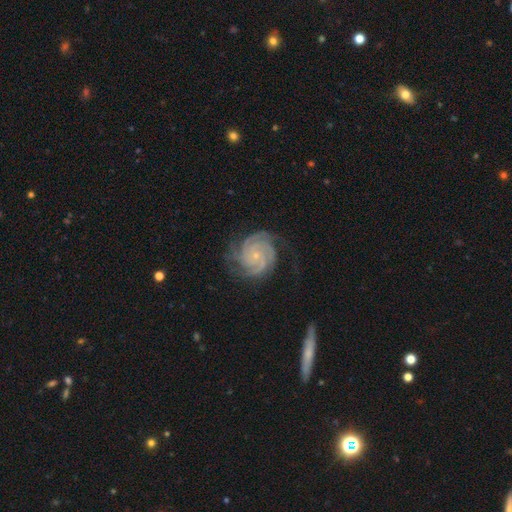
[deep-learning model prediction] Smooth or featured?
  - featured or disk: 91% *
  - star or artifact: 5%
  - smooth: 4%
Edge-on disk?
  - no: 98% *
  - yes: 2%
Bar?
  - no: 78% *
  - weak: 17%
  - strong: 5%
Spiral arms?
  - yes: 99% *
  - no: 1%
Spiral winding?
  - tight: 76% *
  - medium: 21%
  - loose: 2%
Spiral arm count?
  - 3: 37% *
  - 4: 29%
  - 2: 11%
  - can't tell: 10%
  - more than 4: 7%
  - 1: 6%
Bulge size?
  - small: 82% *
  - moderate: 14%
  - none: 3%
  - large: 1%
  - dominant: 1%
Merging?
  - none: 78% *
  - minor disturbance: 15%
  - major disturbance: 6%
  - merger: 1%